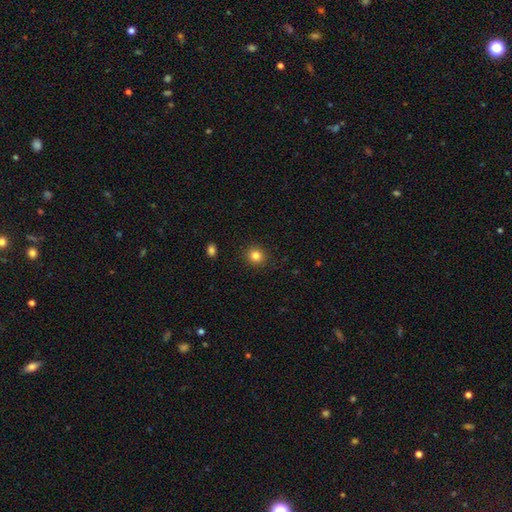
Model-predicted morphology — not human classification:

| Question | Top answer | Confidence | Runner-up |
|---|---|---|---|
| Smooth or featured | smooth | 83% | star or artifact (12%) |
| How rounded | round | 88% | in between (11%) |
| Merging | none | 91% | minor disturbance (6%) |